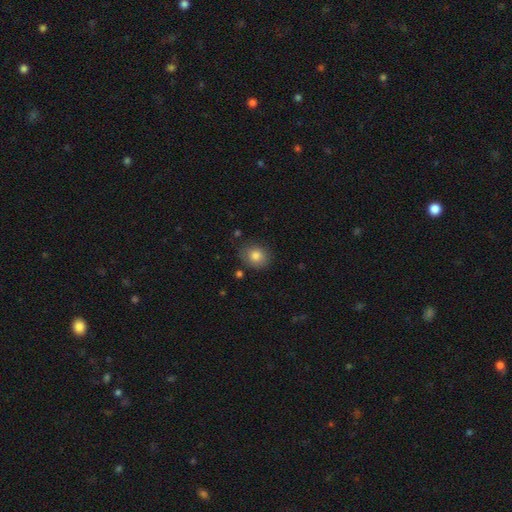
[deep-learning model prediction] This appears to be a smooth galaxy with no disk features (82%) that is round (61%). Merging: none (80%).